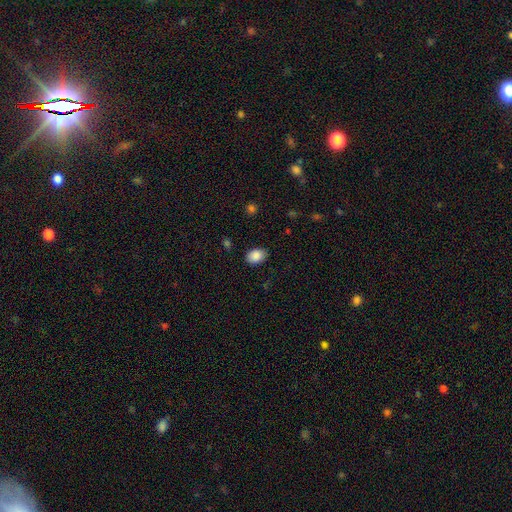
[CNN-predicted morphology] Smooth or featured: smooth — 88% (star or artifact — 8%)
How rounded: in between — 76% (round — 23%)
Merging: none — 85% (minor disturbance — 11%)